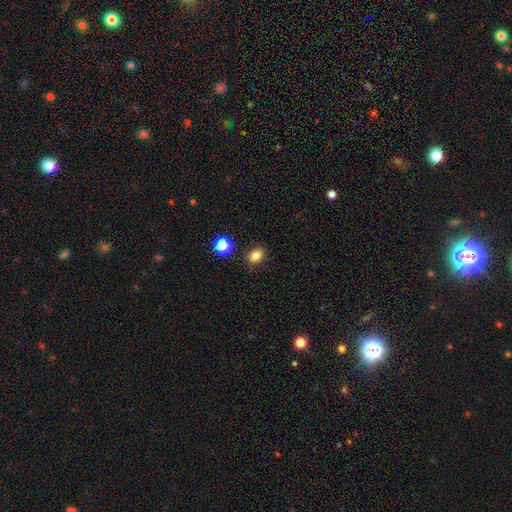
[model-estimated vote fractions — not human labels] This is clearly a smooth galaxy (83%). How rounded: possibly in between (57%). Merging: clearly none (85%).